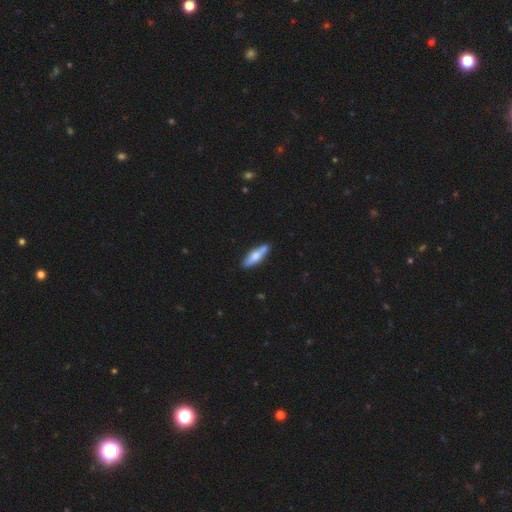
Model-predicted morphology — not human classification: Smooth or featured: smooth — 55% (featured or disk — 40%)
How rounded: cigar-shaped — 64% (in between — 34%)
Merging: none — 83% (minor disturbance — 12%)